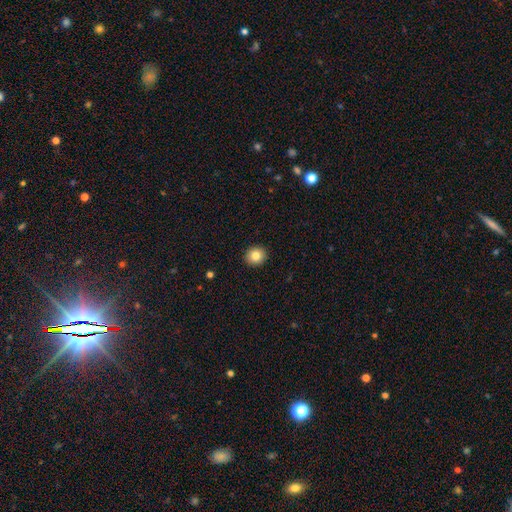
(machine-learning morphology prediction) A smooth galaxy with no disk features (83%) that is round (81%). Merging: none (92%).